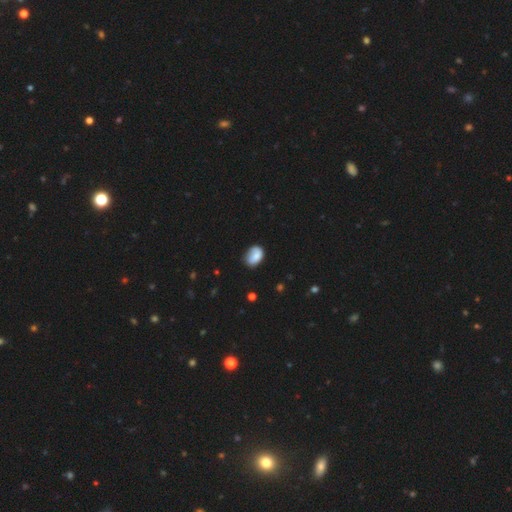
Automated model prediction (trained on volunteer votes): A smooth galaxy with no disk features (74%) that is in between round and cigar-shaped (77%).

Vote fractions:
- Smooth or featured? smooth: 74% / featured or disk: 18% / star or artifact: 8%
- How rounded? in between: 77% / round: 22% / cigar-shaped: 1%
- Merging? none: 58% / minor disturbance: 31% / major disturbance: 9% / merger: 3%